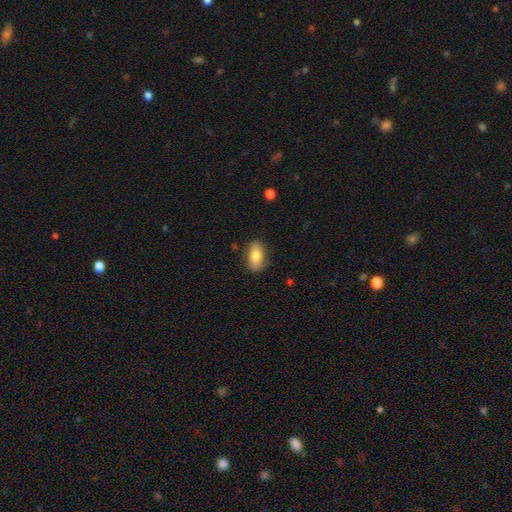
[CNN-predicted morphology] Q: Smooth or featured?
A: smooth (77%); runner-up: featured or disk (16%)
Q: How rounded?
A: in between (88%); runner-up: cigar-shaped (7%)
Q: Merging?
A: none (82%); runner-up: minor disturbance (13%)